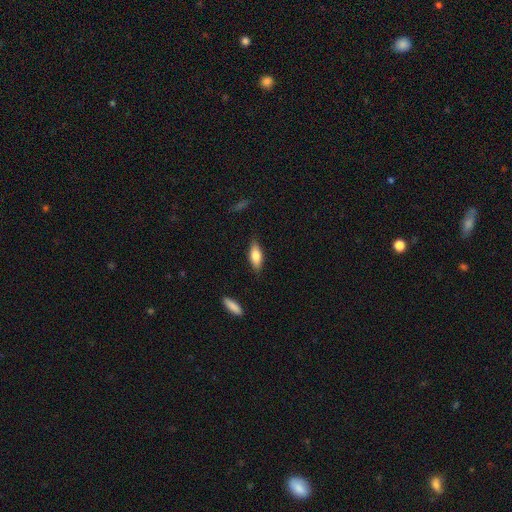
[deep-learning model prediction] Overall: smooth (74%). How rounded: in between (69%). Merging: none (83%).